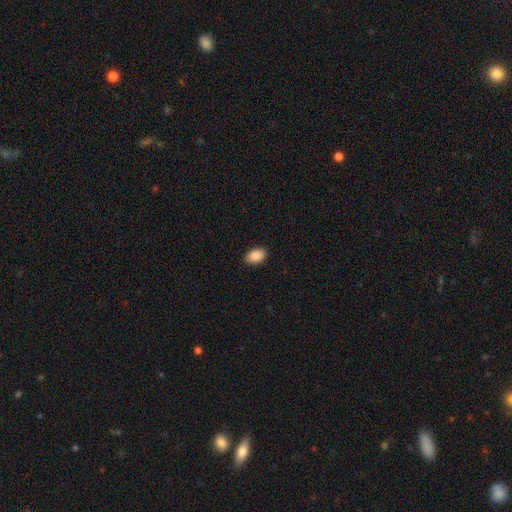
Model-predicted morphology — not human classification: This is clearly a smooth galaxy (90%). How rounded: clearly in between (89%). Merging: clearly none (88%).